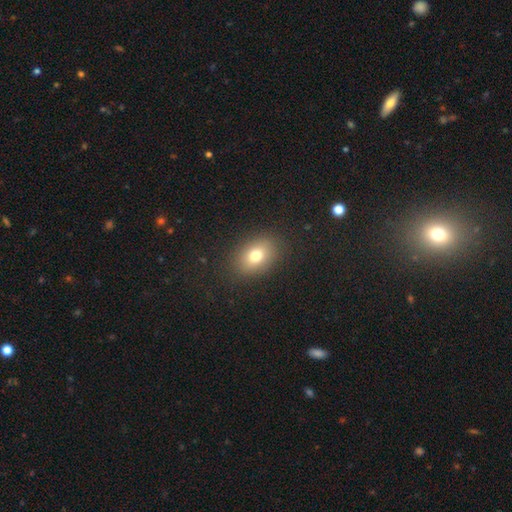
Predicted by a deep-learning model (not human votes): The model was most divided on "how rounded": in between: 76%, round: 23%, cigar-shaped: 1%. More confident: merging — none (86%); smooth or featured — smooth (76%).